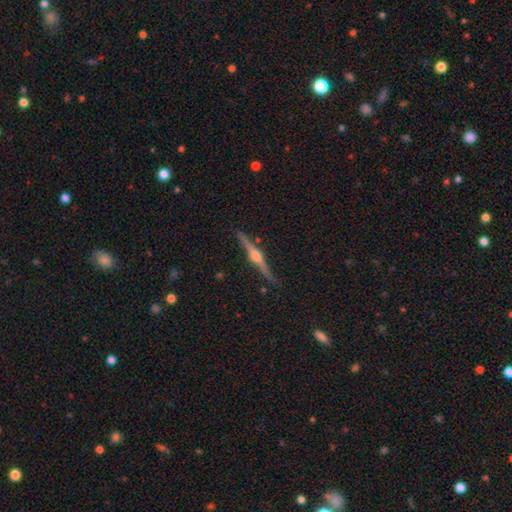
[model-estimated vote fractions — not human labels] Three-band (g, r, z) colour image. It shows a featured or disk galaxy (86%) viewed edge-on (99%) with a rounded central bulge (95%). Merging: none (89%).